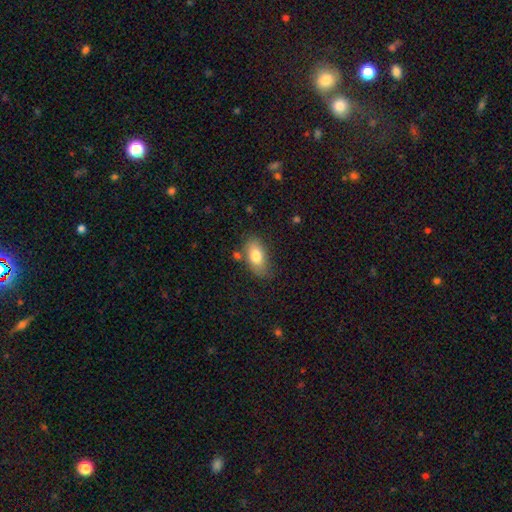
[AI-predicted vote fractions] Morphology: type=smooth (78%); roundness=in between (91%); merging=none (72%).